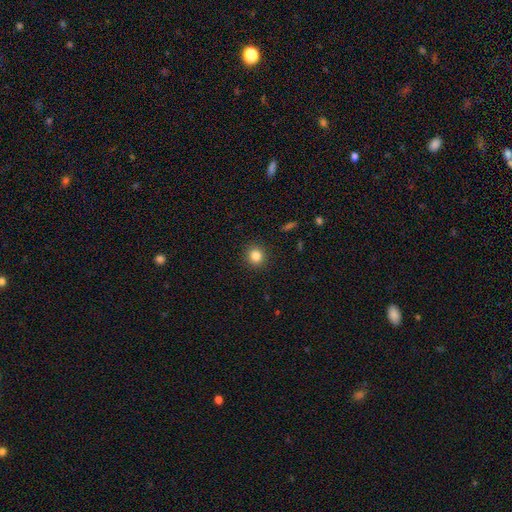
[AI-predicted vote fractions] Q: Smooth or featured?
A: smooth (85%); runner-up: star or artifact (11%)
Q: How rounded?
A: round (88%); runner-up: in between (11%)
Q: Merging?
A: none (91%); runner-up: minor disturbance (6%)